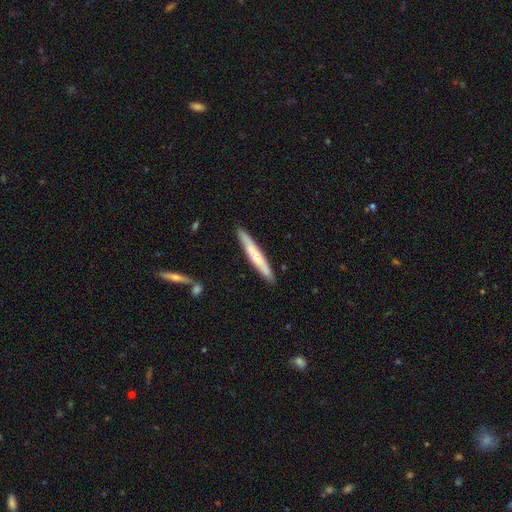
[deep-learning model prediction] A smooth galaxy with no disk features (61%) that is cigar-shaped (95%). Merging: none (88%).